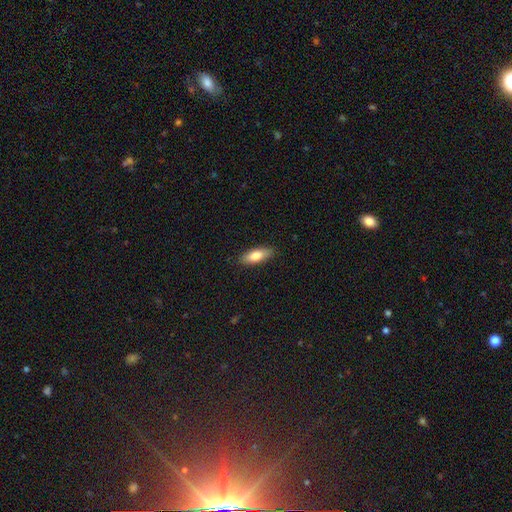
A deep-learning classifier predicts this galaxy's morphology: Overall: smooth (79%). How rounded: in between (68%; cigar-shaped 30%). Merging: none (87%).